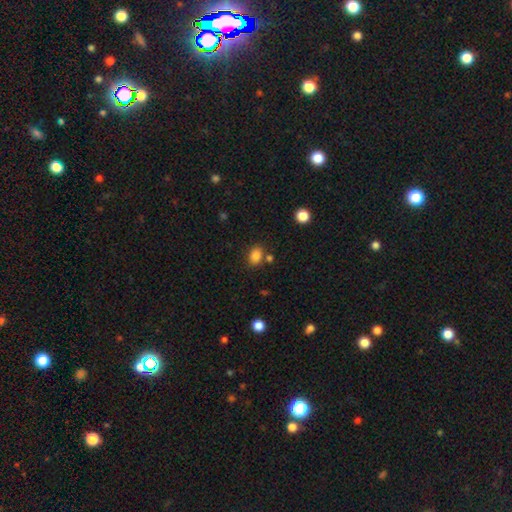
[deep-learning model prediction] A smooth galaxy with no disk features (84%) that is in between round and cigar-shaped (70%).

Vote fractions:
- Smooth or featured? smooth: 84% / star or artifact: 11% / featured or disk: 5%
- How rounded? in between: 70% / round: 29% / cigar-shaped: 1%
- Merging? none: 73% / minor disturbance: 13% / merger: 10% / major disturbance: 4%